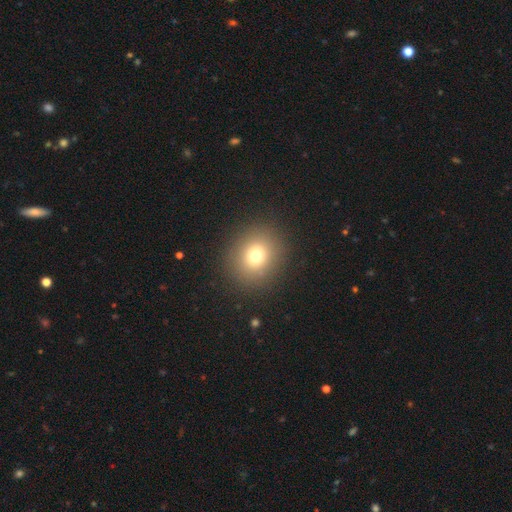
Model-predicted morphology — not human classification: type=smooth (76%); roundness=round (76%); merging=none (90%).